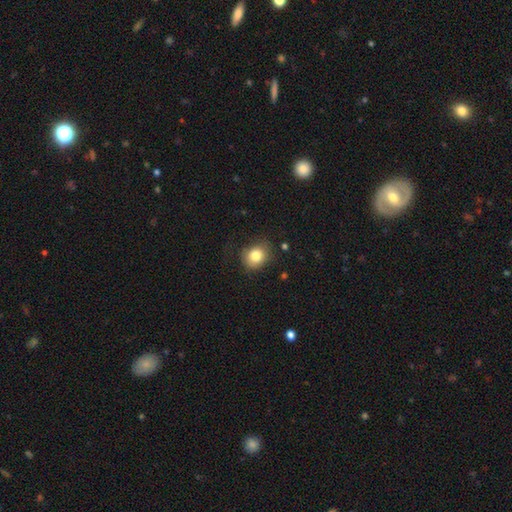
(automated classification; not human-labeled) Overall: smooth (82%). How rounded: round (64%; in between 35%). Merging: none (74%).